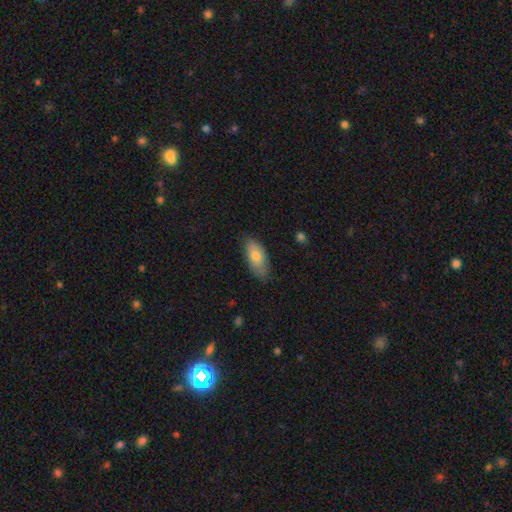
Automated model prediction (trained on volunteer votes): smooth-or-featured: smooth: 75% | featured or disk: 19% | star or artifact: 6%
  how-rounded: in between: 88% | cigar-shaped: 9% | round: 3%
  merging: none: 74% | minor disturbance: 22% | major disturbance: 3% | merger: 1%